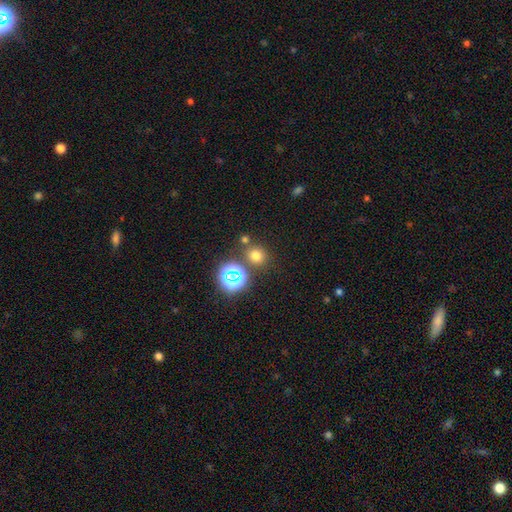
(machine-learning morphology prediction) Q: Smooth or featured?
A: smooth (70%); runner-up: star or artifact (24%)
Q: How rounded?
A: round (83%); runner-up: in between (16%)
Q: Merging?
A: none (75%); runner-up: merger (13%)